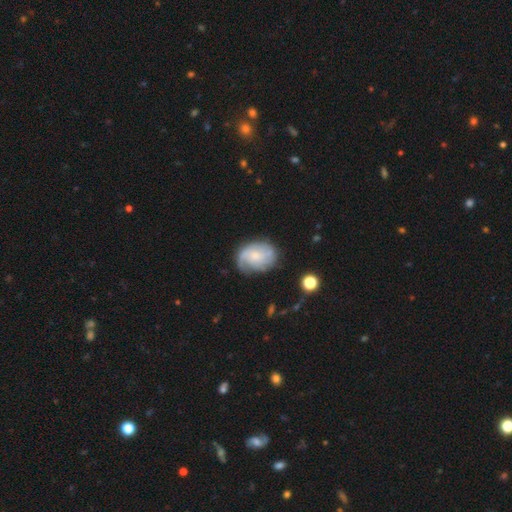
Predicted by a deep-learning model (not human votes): Smooth or featured? Predicted: featured or disk (p=0.65). Edge-on disk? Predicted: no (p=0.97). Bar? Predicted: no (p=0.64). Spiral arms? Predicted: yes (p=0.89). Spiral winding? Predicted: medium (p=0.41). Spiral arm count? Predicted: 2 (p=0.33). Bulge size? Predicted: small (p=0.47). Merging? Predicted: none (p=0.63).